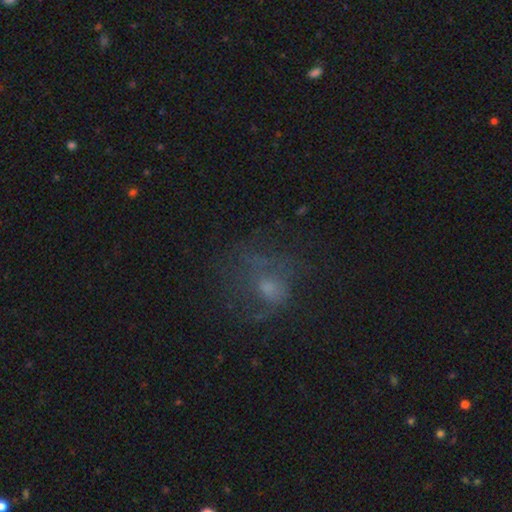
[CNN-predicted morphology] A smooth galaxy with no disk features (36%).

Vote fractions:
- Smooth or featured? smooth: 36% / featured or disk: 35% / star or artifact: 29%
- Merging? none: 50% / major disturbance: 28% / minor disturbance: 19% / merger: 2%